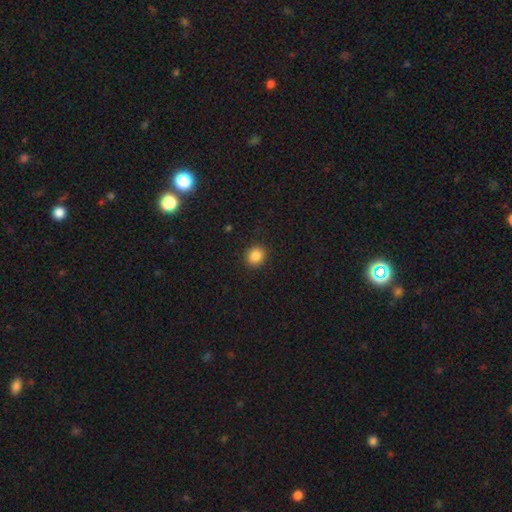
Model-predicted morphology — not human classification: Q: Smooth or featured?
A: smooth (86%); runner-up: star or artifact (10%)
Q: How rounded?
A: round (81%); runner-up: in between (18%)
Q: Merging?
A: none (91%); runner-up: minor disturbance (6%)